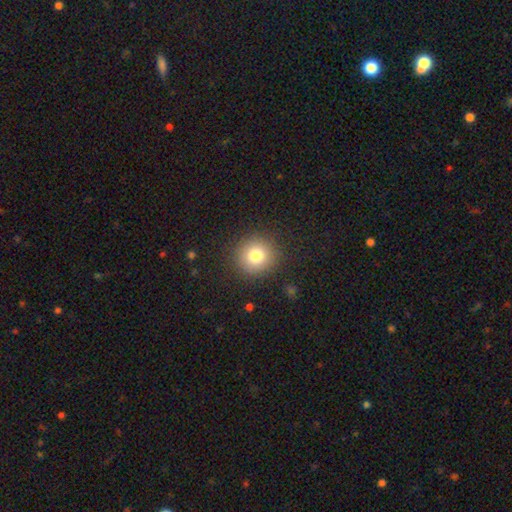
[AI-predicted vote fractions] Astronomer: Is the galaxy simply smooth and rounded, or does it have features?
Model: smooth — 78%.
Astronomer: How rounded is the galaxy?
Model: round — 92%.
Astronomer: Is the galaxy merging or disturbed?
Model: none — 89%.